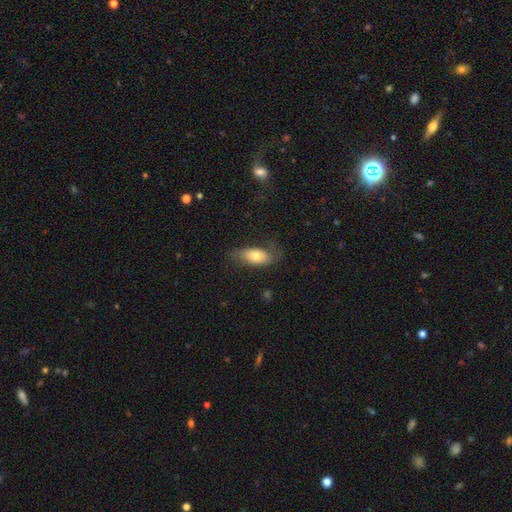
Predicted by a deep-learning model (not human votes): Smooth or featured: smooth — 69% (featured or disk — 24%)
How rounded: in between — 87% (cigar-shaped — 9%)
Merging: none — 61% (minor disturbance — 25%)